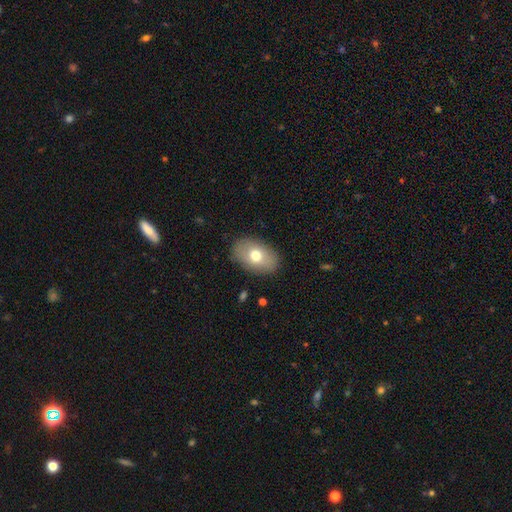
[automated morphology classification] smooth 70%, featured or disk 22%, star or artifact 8%. Down the decision tree: how rounded — in between (87%); merging — none (87%).